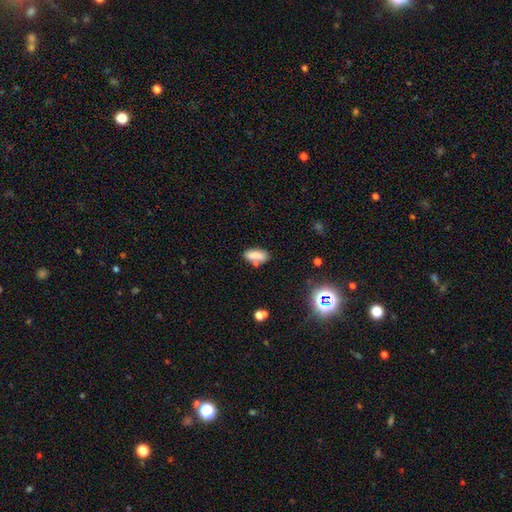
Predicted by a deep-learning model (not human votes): smooth_or_featured: smooth (p=0.80) [alt: featured or disk p=0.12]
how_rounded: in between (p=0.83) [alt: cigar-shaped p=0.14]
merging: none (p=0.67) [alt: minor disturbance p=0.17]